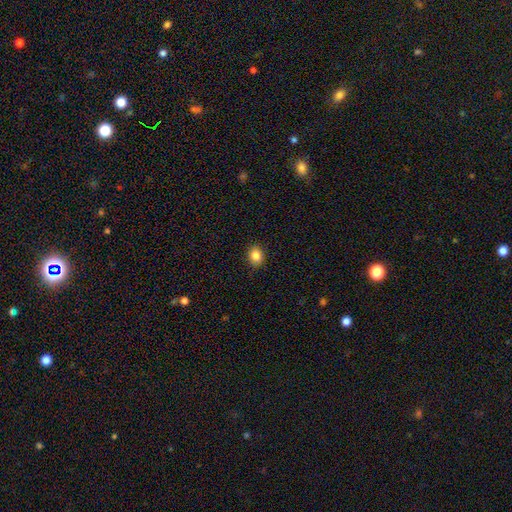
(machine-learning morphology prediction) The model was most divided on "how rounded": round: 59%, in between: 40%, cigar-shaped: 1%. More confident: merging — none (91%); smooth or featured — smooth (85%).